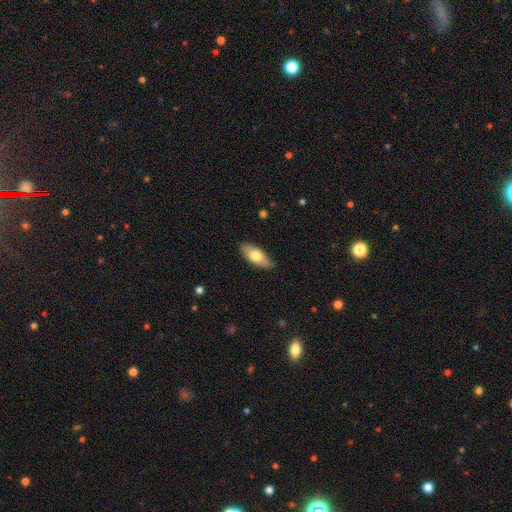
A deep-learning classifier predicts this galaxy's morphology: A smooth galaxy with no disk features (72%) that is in between round and cigar-shaped (81%).

Vote fractions:
- Smooth or featured? smooth: 72% / featured or disk: 22% / star or artifact: 6%
- How rounded? in between: 81% / cigar-shaped: 17% / round: 2%
- Merging? none: 86% / minor disturbance: 11% / major disturbance: 2% / merger: 1%